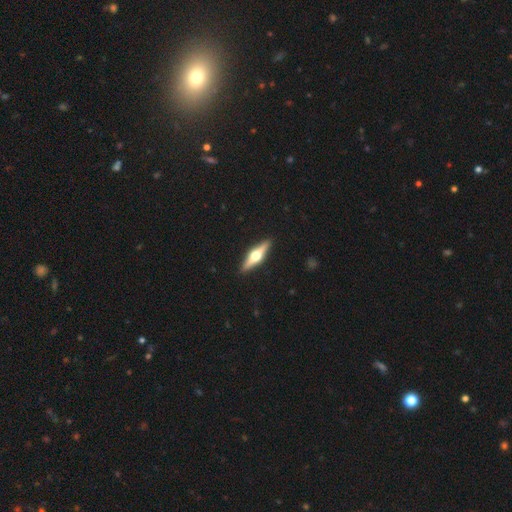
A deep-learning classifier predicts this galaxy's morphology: type=featured or disk (73%); edge-on=yes (97%); edge-on bulge=rounded (96%); merging=none (92%).